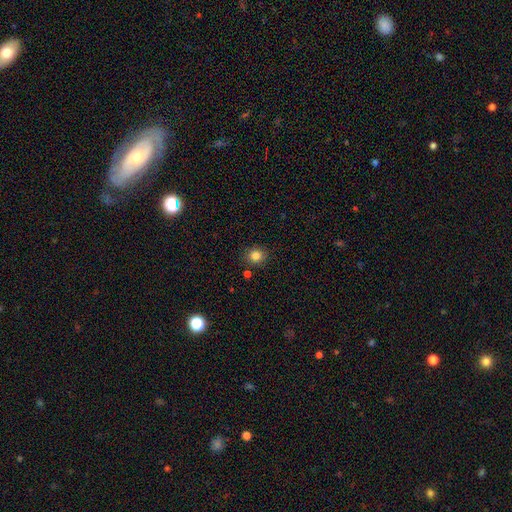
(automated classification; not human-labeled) The model was most divided on "smooth or featured": smooth: 81%, star or artifact: 13%, featured or disk: 6%. More confident: merging — none (86%); how rounded — round (84%).